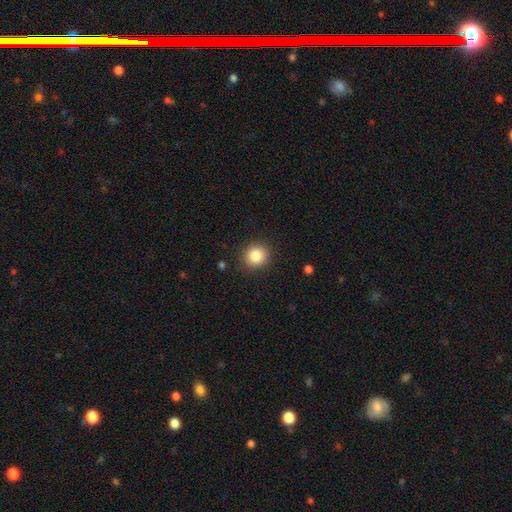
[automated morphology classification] Smooth or featured?
  - smooth: 85% *
  - star or artifact: 10%
  - featured or disk: 6%
How rounded?
  - round: 85% *
  - in between: 14%
  - cigar-shaped: 1%
Merging?
  - none: 90% *
  - minor disturbance: 7%
  - major disturbance: 2%
  - merger: 1%